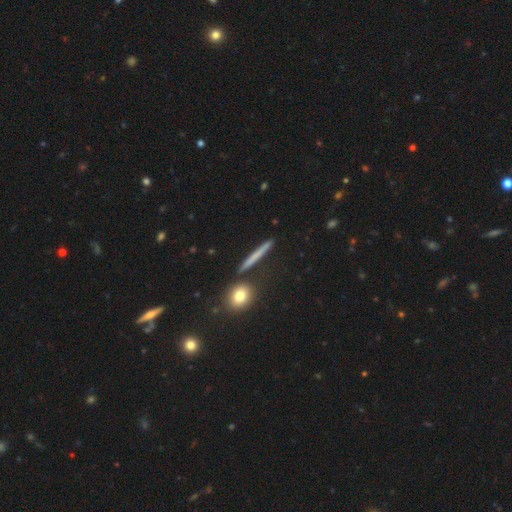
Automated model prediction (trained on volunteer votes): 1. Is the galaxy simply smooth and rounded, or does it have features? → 56% smooth, 36% featured or disk, 8% star or artifact.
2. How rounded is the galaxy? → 92% cigar-shaped, 5% round, 4% in between.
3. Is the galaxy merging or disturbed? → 88% none, 7% minor disturbance, 3% merger, 2% major disturbance.